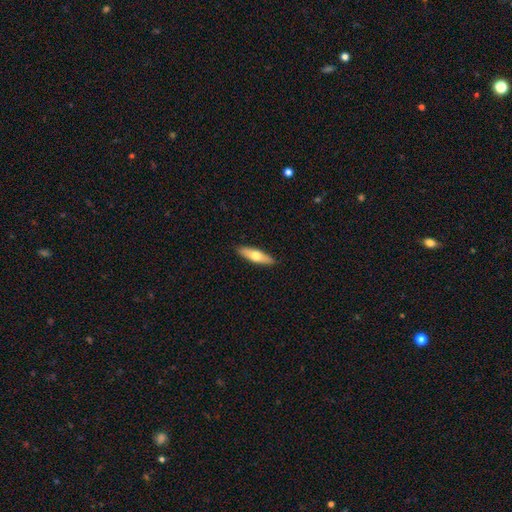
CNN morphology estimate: smooth 57%, featured or disk 38%, star or artifact 5%. Down the decision tree: how rounded — cigar-shaped (60%); merging — none (90%).